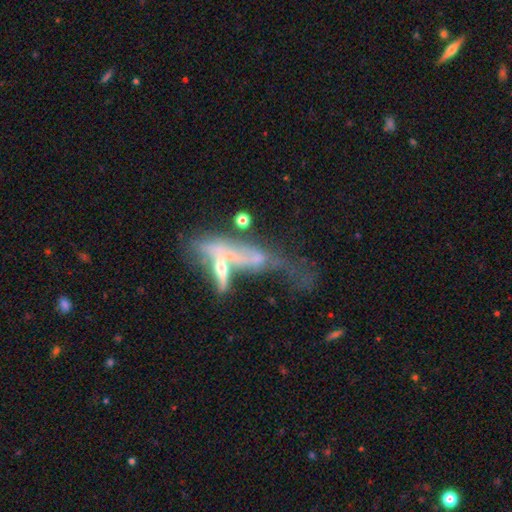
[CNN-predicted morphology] A featured or disk galaxy (51%) viewed edge-on (57%).

Vote fractions:
- Smooth or featured? featured or disk: 51% / smooth: 35% / star or artifact: 14%
- Edge-on disk? yes: 57% / no: 43%
- Merging? merger: 38% / none: 25% / major disturbance: 23% / minor disturbance: 14%